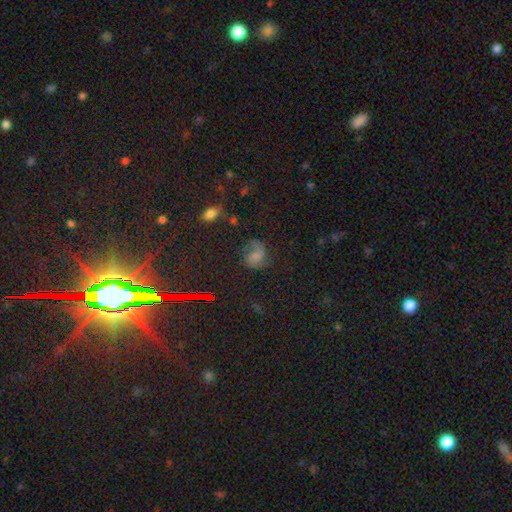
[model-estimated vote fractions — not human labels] Smooth or featured? Predicted: featured or disk (p=0.45). Merging? Predicted: none (p=0.55).